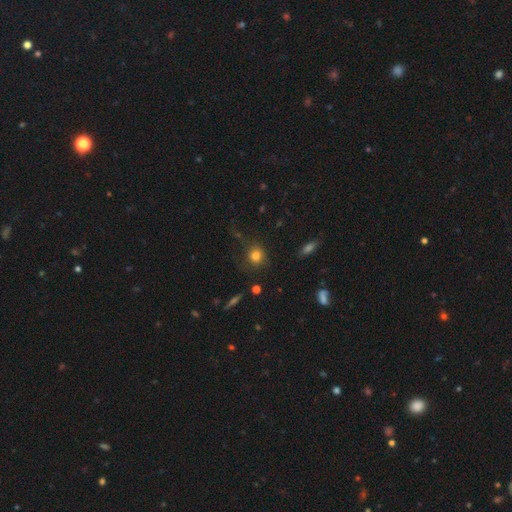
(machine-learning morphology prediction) Overall: smooth (78%). How rounded: round (81%). Merging: none (71%).